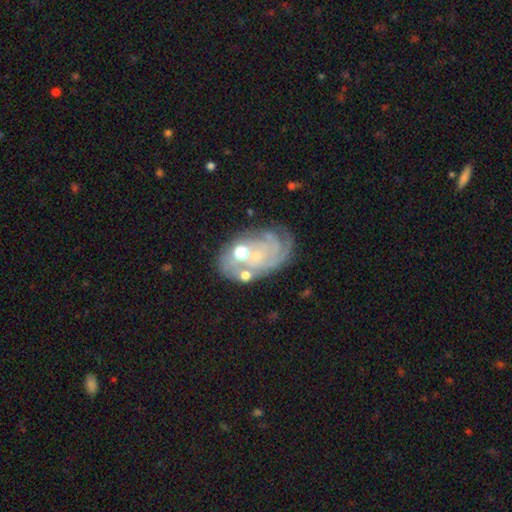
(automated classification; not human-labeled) Smooth or featured? featured or disk (72%)
Edge-on disk? no (96%)
Bar? no (77%)
Spiral arms? yes (87%)
Spiral winding? tight (70%)
Spiral arm count? can't tell (46%)
Bulge size? small (51%)
Merging? none (62%)